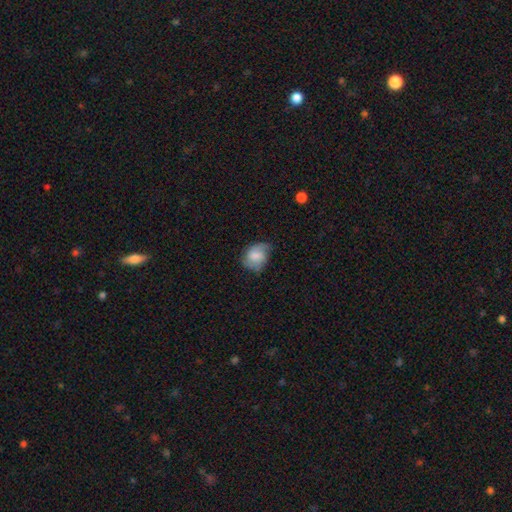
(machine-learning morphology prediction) Smooth or featured? Predicted: smooth (p=0.60). How rounded? Predicted: in between (p=0.52). Merging? Predicted: none (p=0.49).